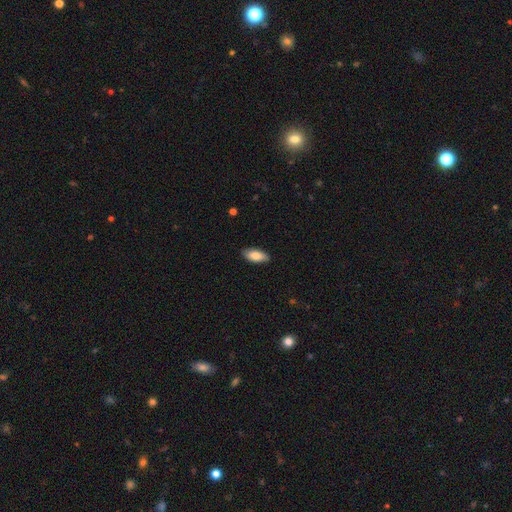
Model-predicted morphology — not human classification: Smooth or featured: smooth — 83% (featured or disk — 11%)
How rounded: in between — 88% (cigar-shaped — 10%)
Merging: none — 87% (minor disturbance — 10%)